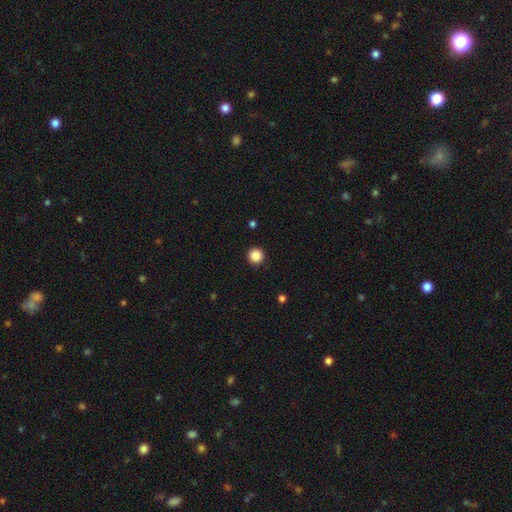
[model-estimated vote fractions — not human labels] Overall: smooth (86%). How rounded: round (96%). Merging: none (93%).